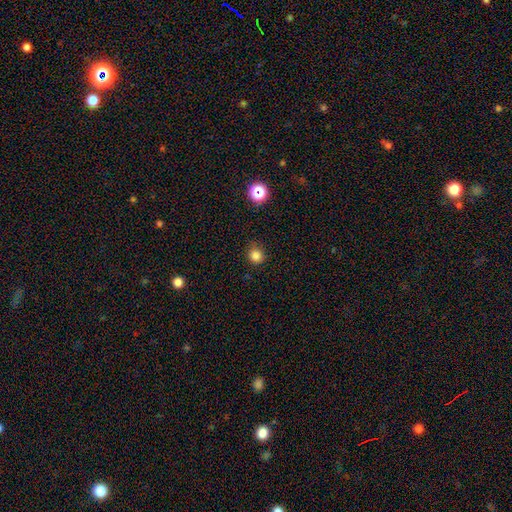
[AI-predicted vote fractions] Smooth or featured: smooth — 81% (star or artifact — 15%)
How rounded: round — 87% (in between — 12%)
Merging: none — 84% (minor disturbance — 12%)